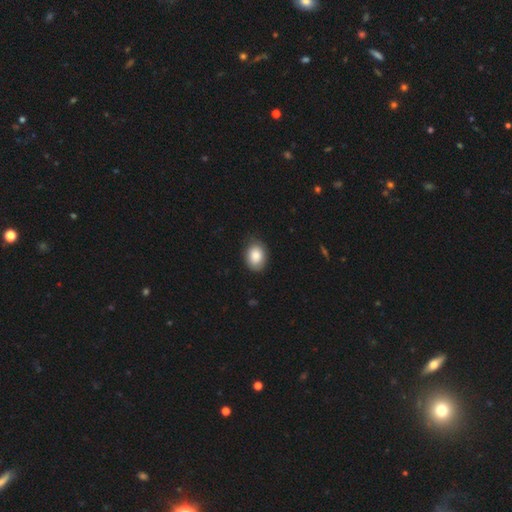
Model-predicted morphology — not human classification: smooth-or-featured: smooth: 86% | featured or disk: 8% | star or artifact: 7%
  how-rounded: in between: 71% | round: 28% | cigar-shaped: 1%
  merging: none: 79% | minor disturbance: 17% | major disturbance: 3% | merger: 1%